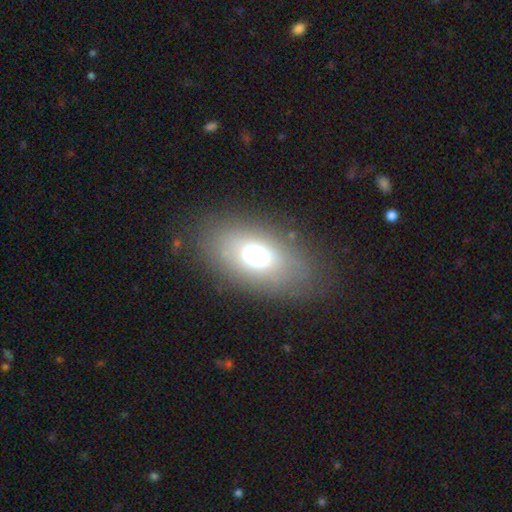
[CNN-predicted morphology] smooth 66%, featured or disk 22%, star or artifact 12%. Down the decision tree: how rounded — in between (88%); merging — none (76%).